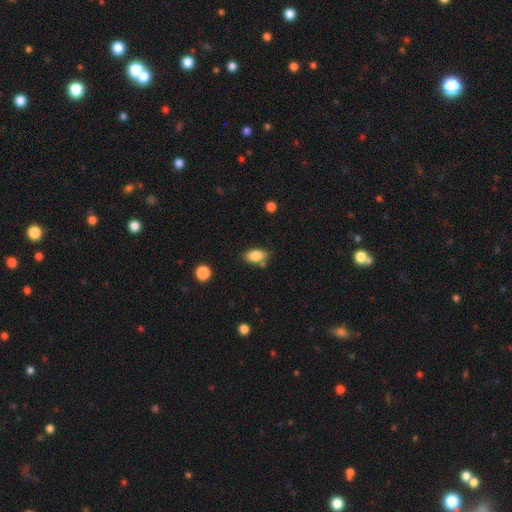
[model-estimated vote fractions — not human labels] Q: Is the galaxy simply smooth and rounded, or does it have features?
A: smooth — 85%.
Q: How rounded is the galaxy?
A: in between — 89%.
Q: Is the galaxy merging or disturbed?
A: none — 72%.